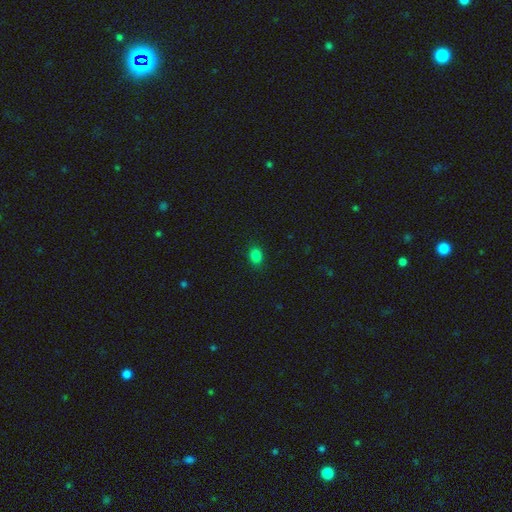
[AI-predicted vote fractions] smooth 84%, star or artifact 13%, featured or disk 3%. Down the decision tree: how rounded — in between (73%); merging — none (87%).